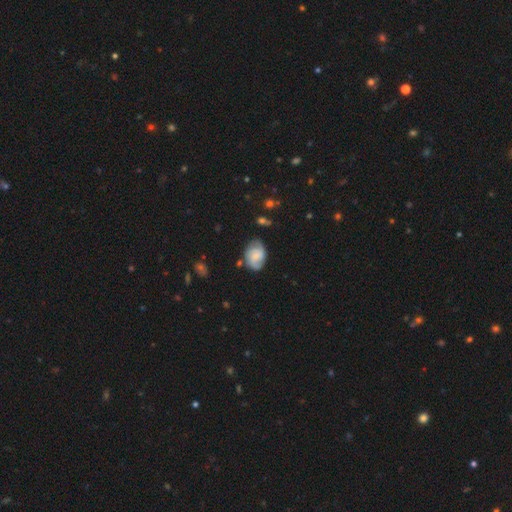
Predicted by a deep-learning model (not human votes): A featured or disk galaxy (58%) with no bar (57%), 2 (64%) medium (45%) spiral arms (90%) and a small central bulge (54%). Merging: none (66%).